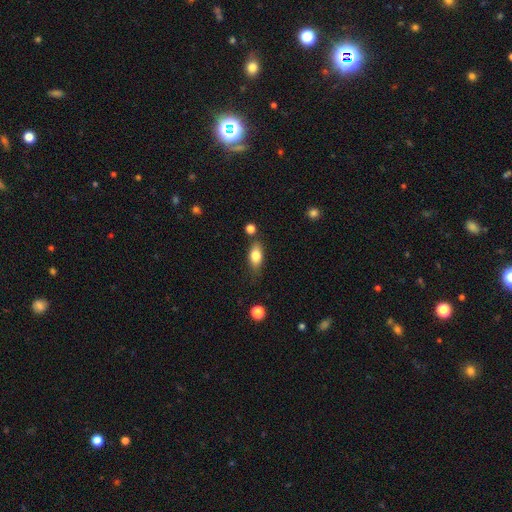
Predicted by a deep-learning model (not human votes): smooth_or_featured: smooth (p=0.78) [alt: featured or disk p=0.14]
how_rounded: in between (p=0.82) [alt: cigar-shaped p=0.11]
merging: none (p=0.69) [alt: minor disturbance p=0.20]